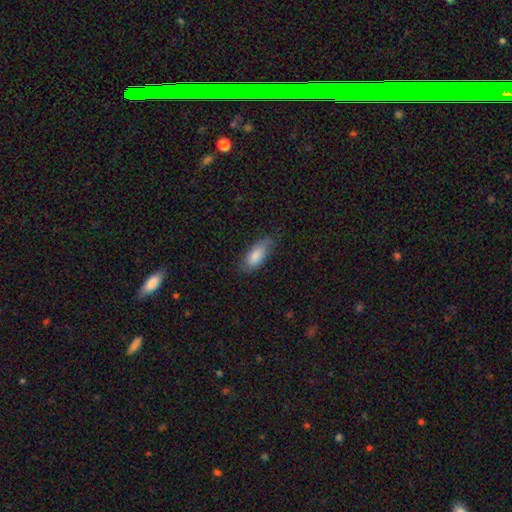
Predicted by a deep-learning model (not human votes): Overall: smooth (84%). How rounded: in between (80%). Merging: none (71%).